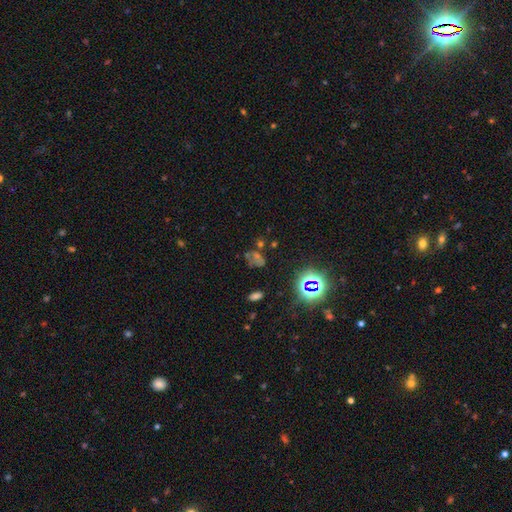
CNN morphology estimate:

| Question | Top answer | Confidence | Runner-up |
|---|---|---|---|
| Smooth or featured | star or artifact | 59% | smooth (24%) |